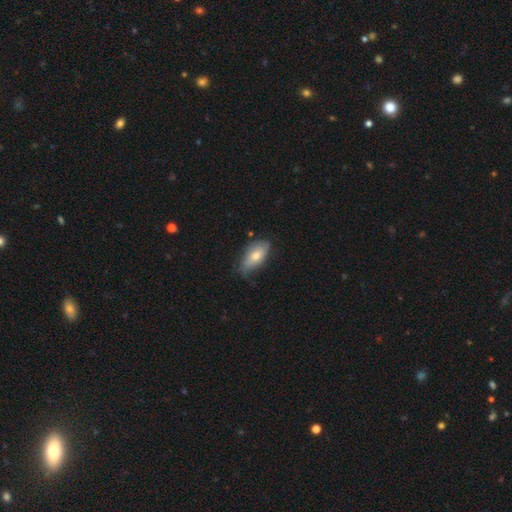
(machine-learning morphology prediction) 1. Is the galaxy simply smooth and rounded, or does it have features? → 68% smooth, 26% featured or disk, 6% star or artifact.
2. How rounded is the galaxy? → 90% in between, 6% cigar-shaped, 3% round.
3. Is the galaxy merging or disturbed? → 55% none, 35% minor disturbance, 8% major disturbance, 2% merger.